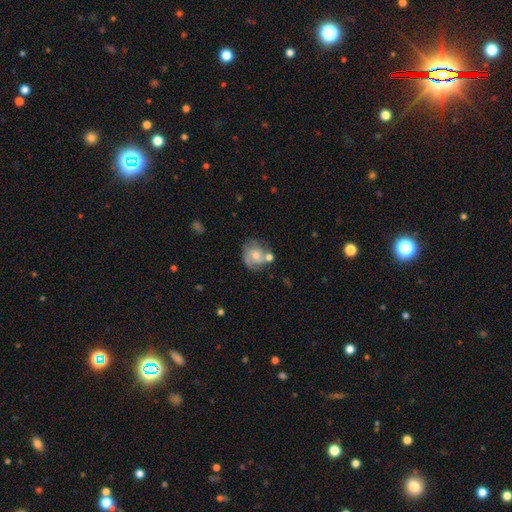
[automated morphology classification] A featured or disk galaxy (51%). Merging: none (48%).